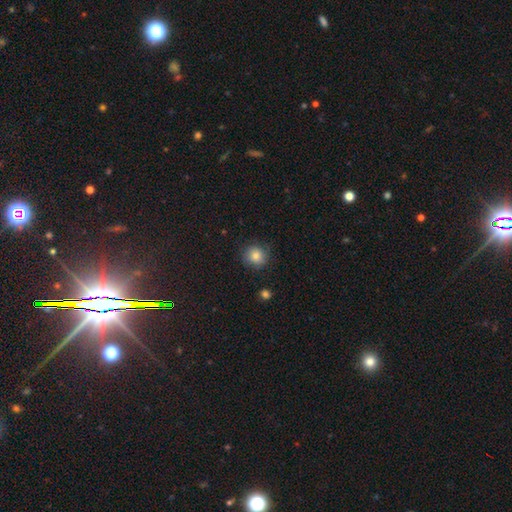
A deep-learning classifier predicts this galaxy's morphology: smooth-or-featured: smooth: 79% | featured or disk: 11% | star or artifact: 10%
  how-rounded: round: 89% | in between: 10% | cigar-shaped: 1%
  merging: none: 81% | minor disturbance: 13% | major disturbance: 4% | merger: 1%